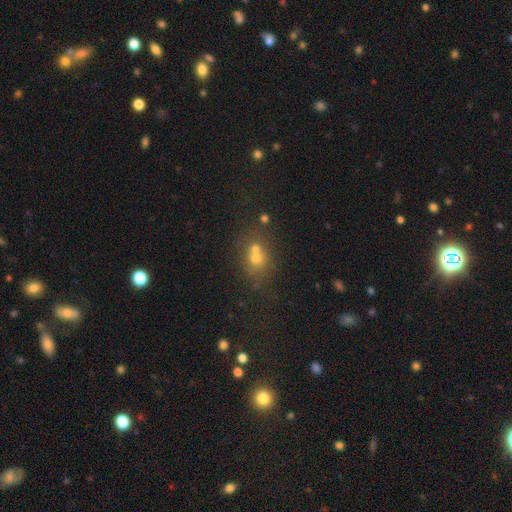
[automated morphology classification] This appears to be a smooth galaxy with no disk features (56%) that is round (69%). Merging: merger (47%).